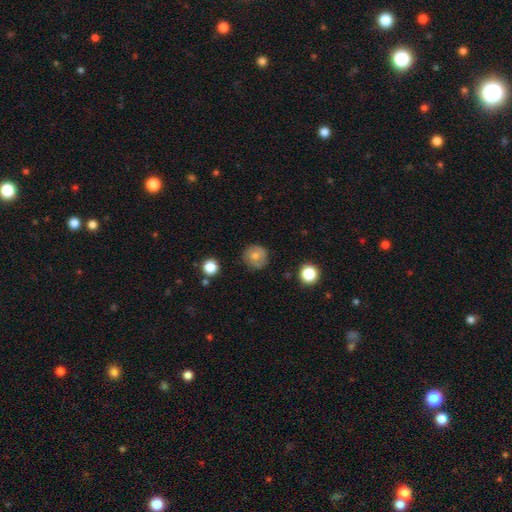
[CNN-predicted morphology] smooth_or_featured: smooth (p=0.67) [alt: featured or disk p=0.23]
how_rounded: round (p=0.92) [alt: in between p=0.07]
merging: none (p=0.78) [alt: minor disturbance p=0.16]